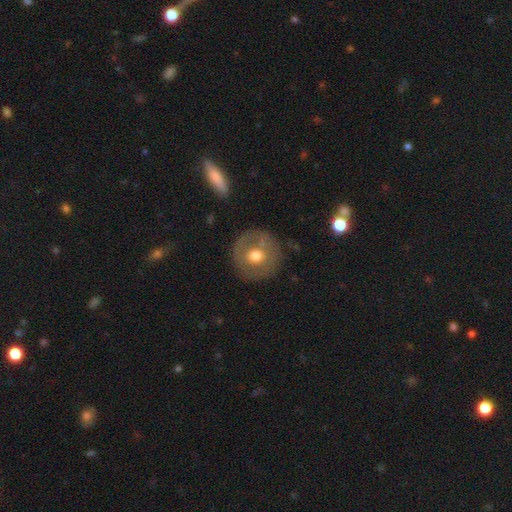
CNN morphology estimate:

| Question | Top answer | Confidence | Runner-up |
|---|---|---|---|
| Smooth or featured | smooth | 54% | featured or disk (39%) |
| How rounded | round | 94% | in between (5%) |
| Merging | none | 83% | minor disturbance (11%) |